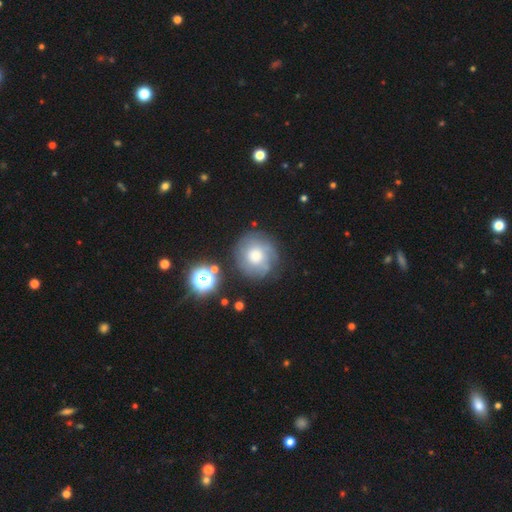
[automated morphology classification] Q: Smooth or featured?
A: smooth (49%); runner-up: featured or disk (39%)
Q: Merging?
A: none (74%); runner-up: minor disturbance (15%)